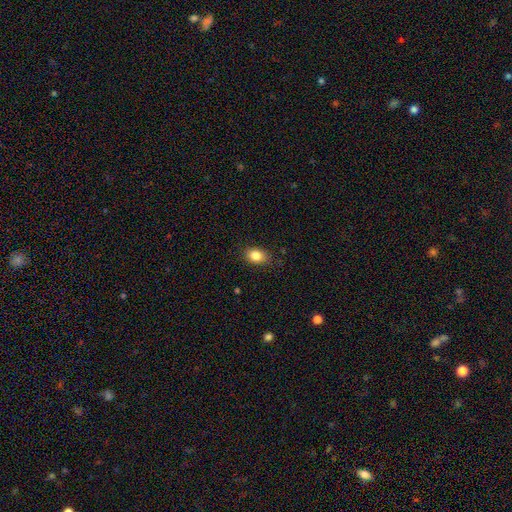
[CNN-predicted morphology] Q: Smooth or featured?
A: smooth (84%); runner-up: star or artifact (9%)
Q: How rounded?
A: in between (78%); runner-up: round (21%)
Q: Merging?
A: none (82%); runner-up: minor disturbance (14%)